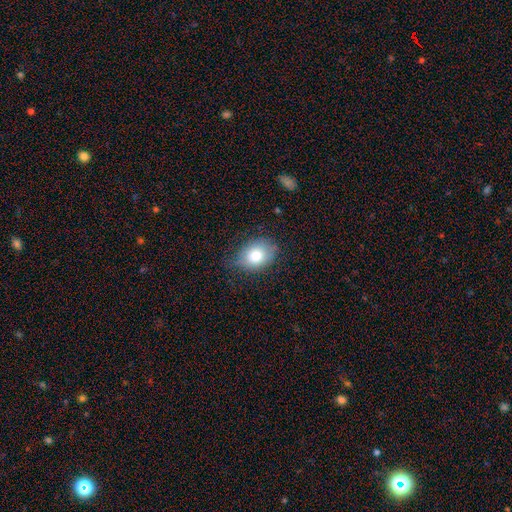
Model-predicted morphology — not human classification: Overall: smooth (79%). How rounded: in between (68%; round 31%). Merging: none (67%).